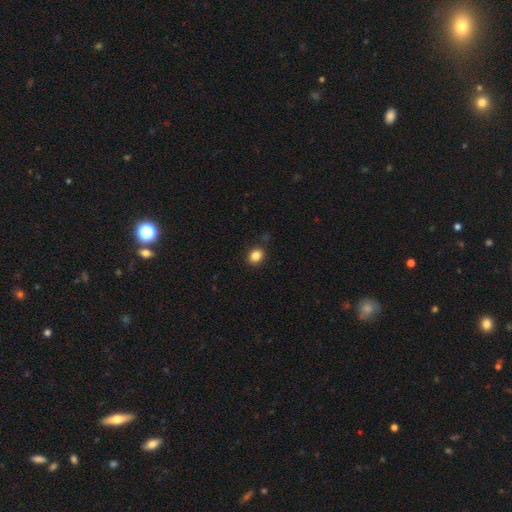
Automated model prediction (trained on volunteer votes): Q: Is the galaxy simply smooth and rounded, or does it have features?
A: smooth — 85%.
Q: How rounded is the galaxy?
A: round — 59%.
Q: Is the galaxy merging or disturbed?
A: none — 88%.